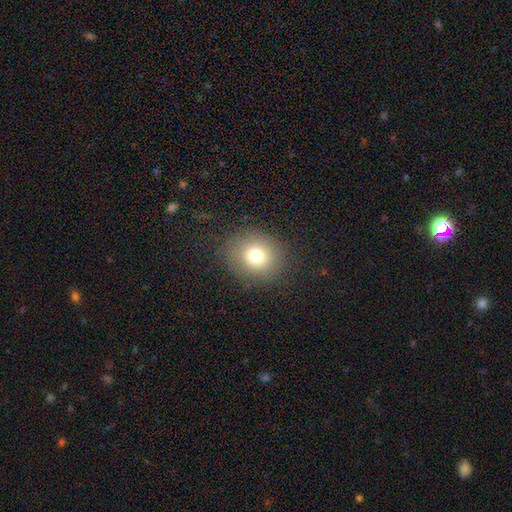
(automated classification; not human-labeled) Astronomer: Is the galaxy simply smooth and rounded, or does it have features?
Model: smooth — 75%.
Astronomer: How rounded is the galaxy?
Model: round — 78%.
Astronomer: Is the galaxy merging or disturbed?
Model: none — 85%.